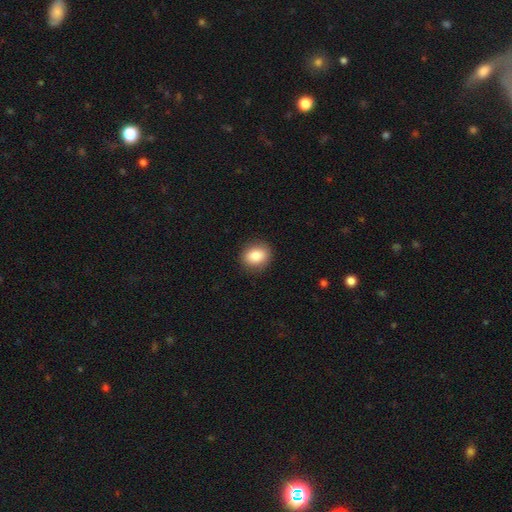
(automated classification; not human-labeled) Morphology: type=smooth (85%); roundness=round (61%); merging=none (89%).